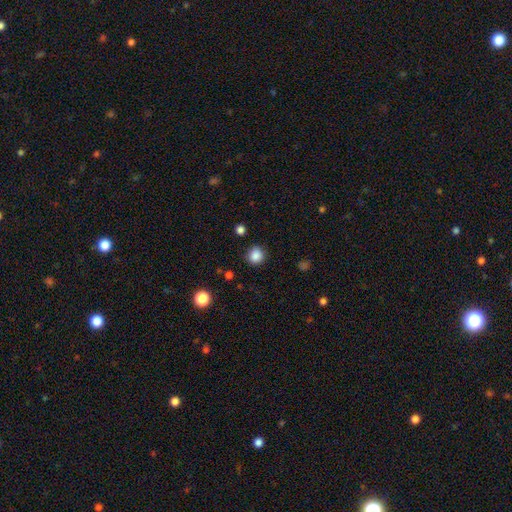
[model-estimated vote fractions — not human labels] Q: Smooth or featured?
A: smooth (86%); runner-up: star or artifact (11%)
Q: How rounded?
A: round (89%); runner-up: in between (10%)
Q: Merging?
A: none (87%); runner-up: minor disturbance (9%)